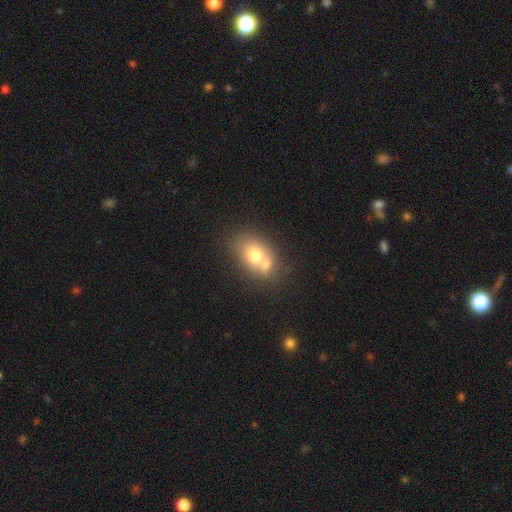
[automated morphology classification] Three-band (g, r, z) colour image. It shows a smooth galaxy with no disk features (67%) that is in between round and cigar-shaped (70%). Merging: merger (50%).